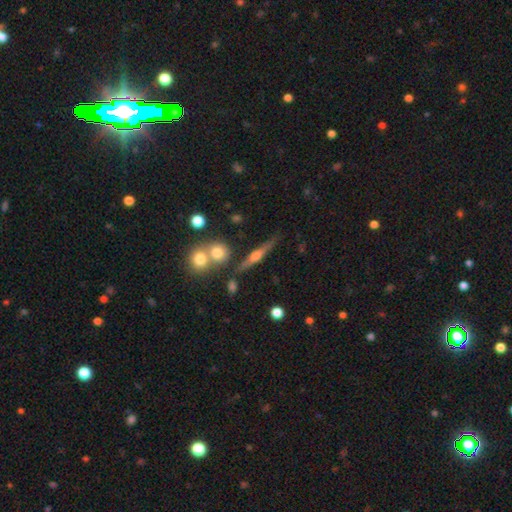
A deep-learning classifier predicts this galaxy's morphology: A featured or disk galaxy (69%) viewed edge-on (95%) with a rounded central bulge (88%).

Vote fractions:
- Smooth or featured? featured or disk: 69% / smooth: 23% / star or artifact: 8%
- Edge-on disk? yes: 95% / no: 5%
- Edge-on bulge? rounded: 88% / boxy: 8% / none: 4%
- Merging? none: 76% / minor disturbance: 11% / merger: 10% / major disturbance: 3%